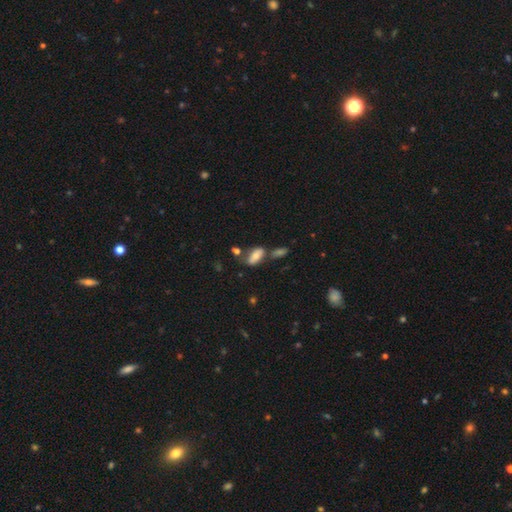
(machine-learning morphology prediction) Q: Smooth or featured?
A: smooth (73%); runner-up: featured or disk (19%)
Q: How rounded?
A: in between (87%); runner-up: cigar-shaped (9%)
Q: Merging?
A: none (56%); runner-up: merger (23%)